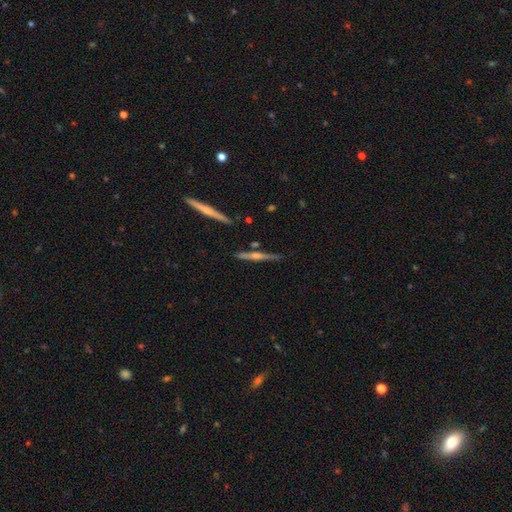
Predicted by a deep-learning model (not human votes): Smooth or featured: featured or disk — 68% (smooth — 26%)
Edge-on disk: yes — 97% (no — 3%)
Edge-on bulge: rounded — 67% (none — 23%)
Merging: none — 83% (minor disturbance — 11%)